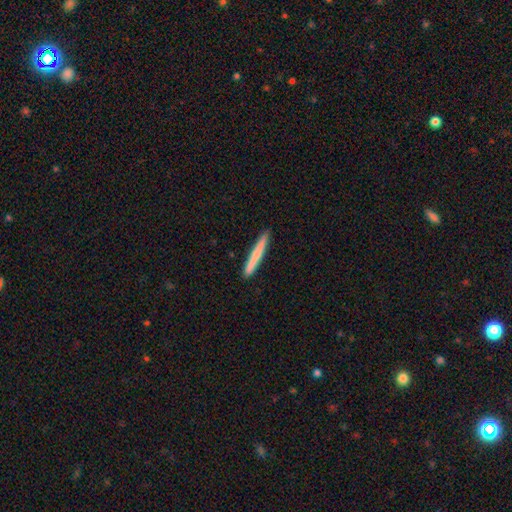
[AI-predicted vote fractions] smooth 68%, featured or disk 27%, star or artifact 5%. Down the decision tree: how rounded — cigar-shaped (97%); merging — none (92%).